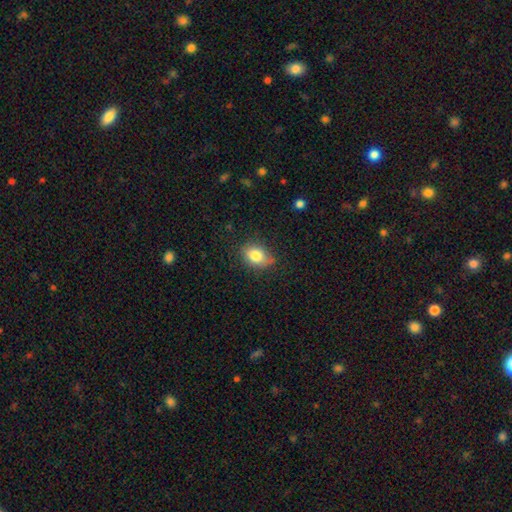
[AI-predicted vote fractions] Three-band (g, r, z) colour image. It shows a smooth galaxy with no disk features (82%) that is in between round and cigar-shaped (72%). Merging: none (70%).